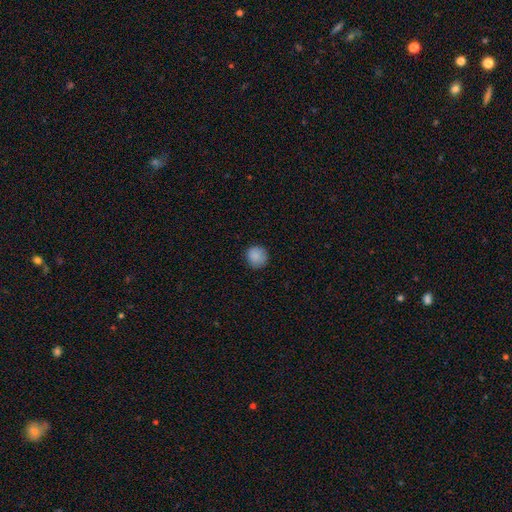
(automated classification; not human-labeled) Smooth or featured? smooth (88%)
How rounded? round (93%)
Merging? none (89%)